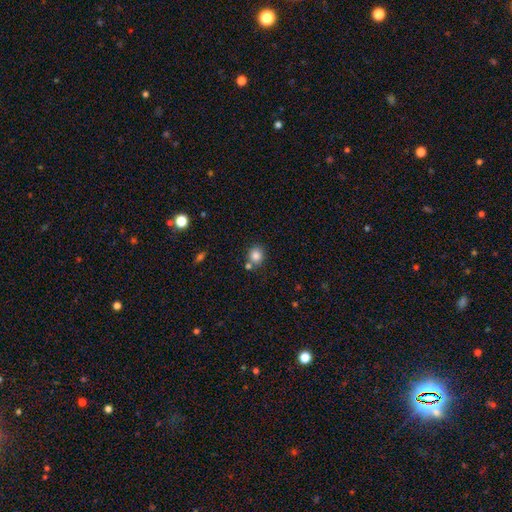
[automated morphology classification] smooth_or_featured: smooth (p=0.83) [alt: star or artifact p=0.11]
how_rounded: round (p=0.83) [alt: in between p=0.16]
merging: none (p=0.71) [alt: merger p=0.16]